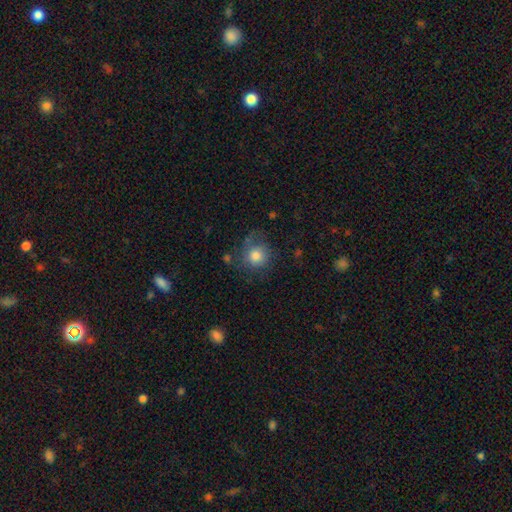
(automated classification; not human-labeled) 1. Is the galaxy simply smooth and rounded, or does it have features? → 78% smooth, 13% featured or disk, 9% star or artifact.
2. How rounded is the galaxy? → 88% round, 11% in between, 1% cigar-shaped.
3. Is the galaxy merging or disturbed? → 63% none, 21% minor disturbance, 13% major disturbance, 3% merger.